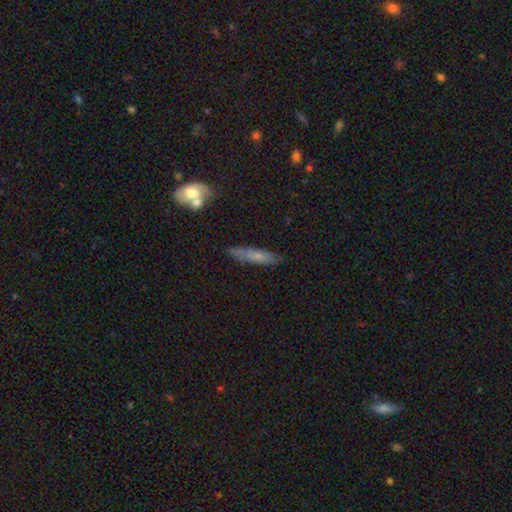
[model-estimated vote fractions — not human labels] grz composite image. It shows a smooth galaxy with no disk features (62%) that is cigar-shaped (80%). Merging: none (77%).